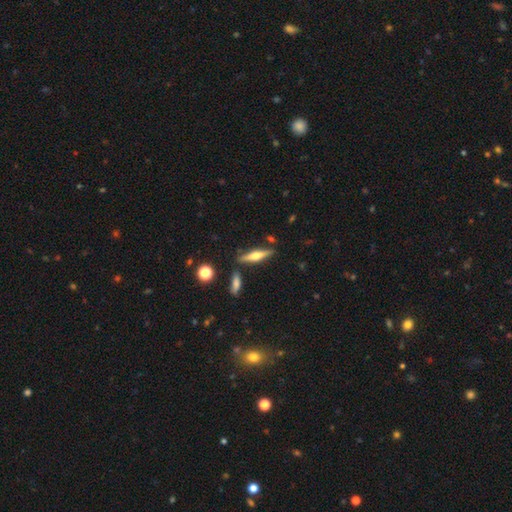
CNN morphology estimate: The model was most divided on "smooth or featured": featured or disk: 63%, smooth: 30%, star or artifact: 6%. More confident: edge-on disk — yes (96%); edge-on bulge — rounded (93%); merging — none (83%).